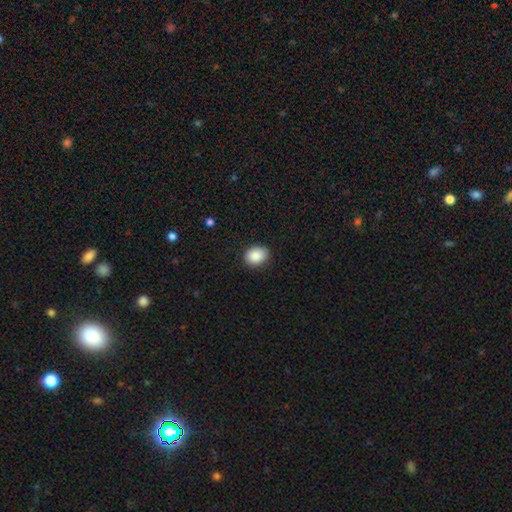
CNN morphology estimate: The model was most divided on "how rounded": in between: 61%, round: 38%, cigar-shaped: 1%. More confident: smooth or featured — smooth (89%); merging — none (86%).